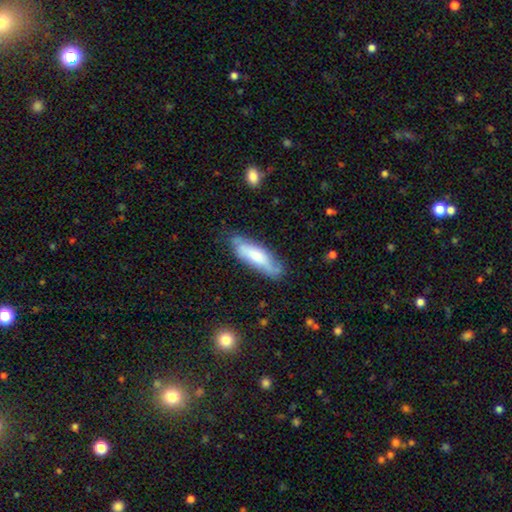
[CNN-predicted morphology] Overall: smooth (57%; featured or disk 37%). How rounded: cigar-shaped (52%; in between 47%). Merging: none (61%; minor disturbance 28%).